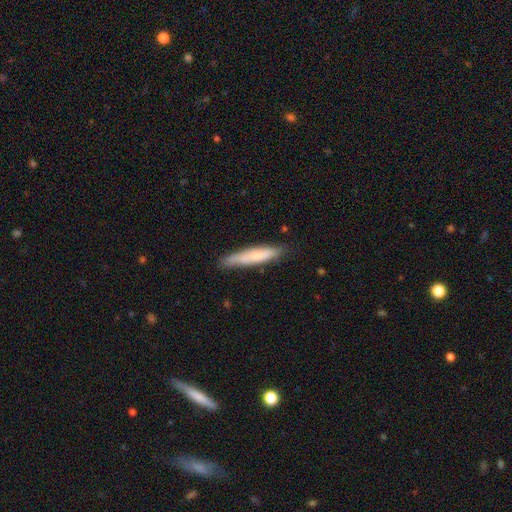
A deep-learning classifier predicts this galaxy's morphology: smooth-or-featured: smooth: 69% | featured or disk: 25% | star or artifact: 6%
  how-rounded: cigar-shaped: 89% | in between: 10% | round: 1%
  merging: none: 79% | minor disturbance: 17% | major disturbance: 3% | merger: 2%